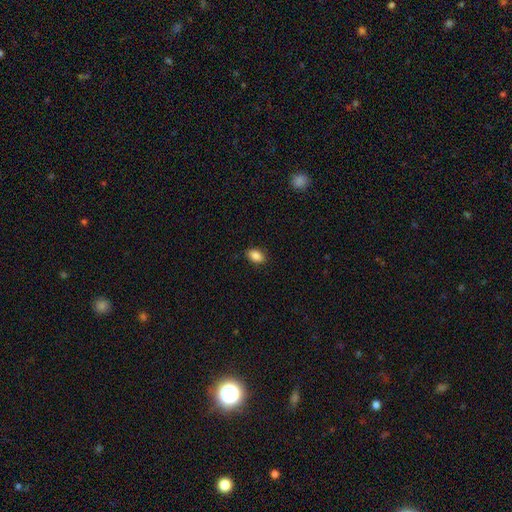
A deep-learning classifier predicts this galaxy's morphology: A smooth galaxy with no disk features (88%) that is in between round and cigar-shaped (86%).

Vote fractions:
- Smooth or featured? smooth: 88% / star or artifact: 8% / featured or disk: 4%
- How rounded? in between: 86% / round: 12% / cigar-shaped: 1%
- Merging? none: 88% / minor disturbance: 9% / major disturbance: 2% / merger: 1%